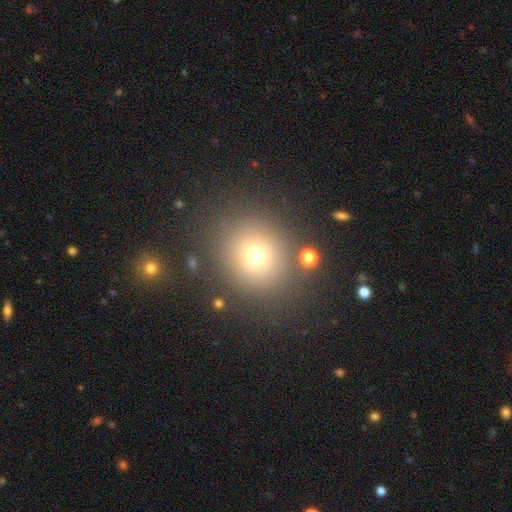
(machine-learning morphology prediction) Smooth or featured?
  - smooth: 69% *
  - star or artifact: 20%
  - featured or disk: 11%
How rounded?
  - round: 87% *
  - in between: 12%
  - cigar-shaped: 1%
Merging?
  - none: 84% *
  - minor disturbance: 8%
  - major disturbance: 4%
  - merger: 4%